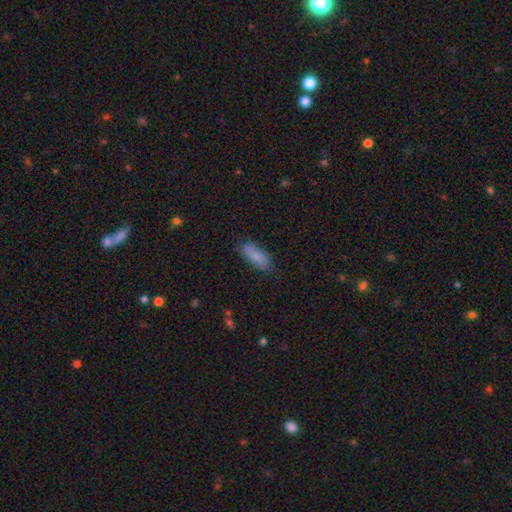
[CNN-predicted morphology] Smooth or featured: smooth — 85% (featured or disk — 8%)
How rounded: in between — 68% (cigar-shaped — 30%)
Merging: none — 78% (minor disturbance — 16%)